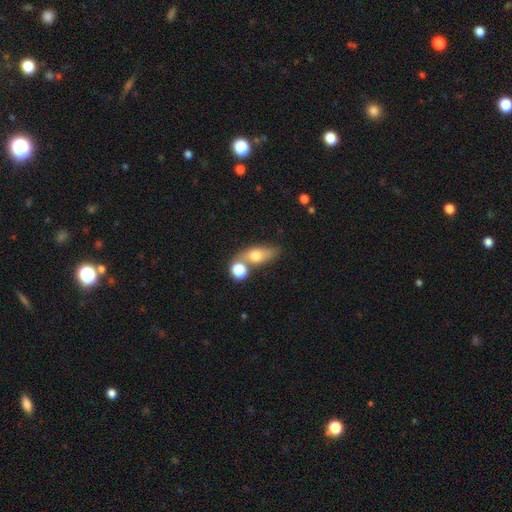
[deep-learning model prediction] smooth_or_featured: smooth (p=0.67) [alt: featured or disk p=0.23]
how_rounded: in between (p=0.68) [alt: cigar-shaped p=0.17]
merging: none (p=0.51) [alt: merger p=0.29]